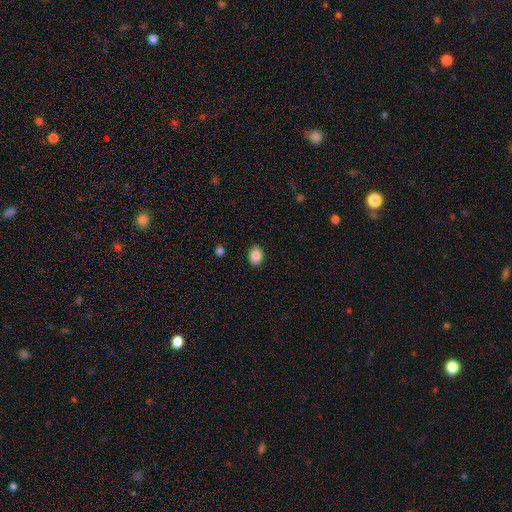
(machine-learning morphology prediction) Smooth or featured? smooth (88%)
How rounded? in between (66%)
Merging? none (83%)